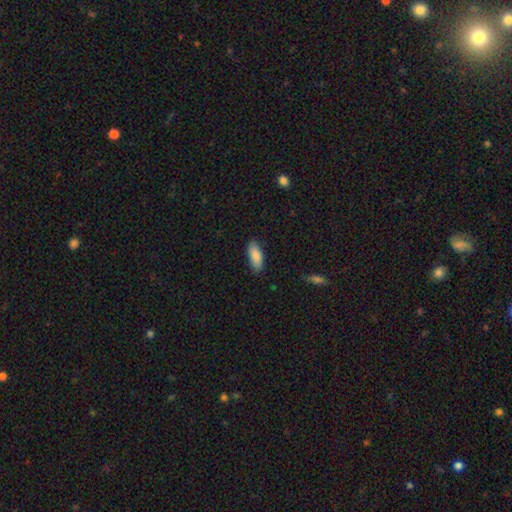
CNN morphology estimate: This appears to be a smooth galaxy with no disk features (86%) that is in between round and cigar-shaped (80%). Merging: none (84%).